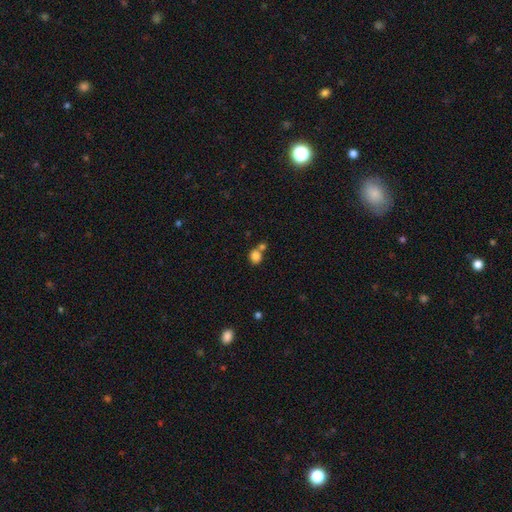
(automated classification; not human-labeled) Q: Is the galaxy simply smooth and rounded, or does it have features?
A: smooth — 83%.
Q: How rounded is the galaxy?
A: round — 65%.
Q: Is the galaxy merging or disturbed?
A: none — 47%.